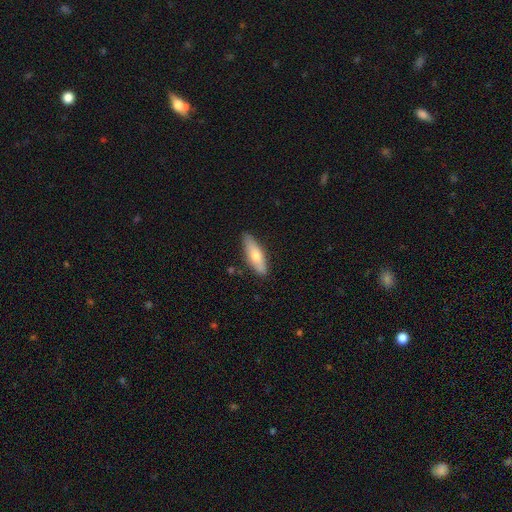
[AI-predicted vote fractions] A smooth galaxy with no disk features (67%) that is in between round and cigar-shaped (50%).

Vote fractions:
- Smooth or featured? smooth: 67% / featured or disk: 27% / star or artifact: 6%
- How rounded? in between: 50% / cigar-shaped: 48% / round: 2%
- Merging? none: 84% / minor disturbance: 13% / major disturbance: 2% / merger: 2%